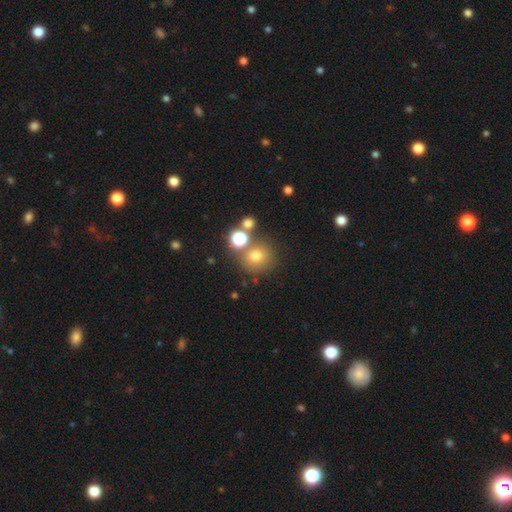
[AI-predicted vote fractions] Smooth or featured? Predicted: smooth (p=0.71). How rounded? Predicted: round (p=0.87). Merging? Predicted: none (p=0.69).